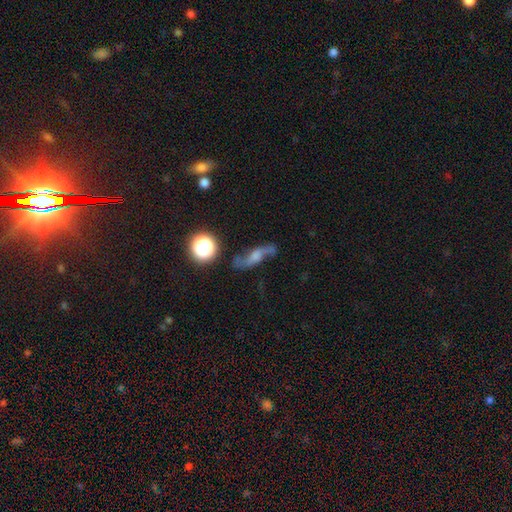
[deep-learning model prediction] Morphology: type=featured or disk (65%); edge-on=no (84%); bar=no (49%); spiral arms=yes (91%); bulge=moderate (34%); merging=none (70%).